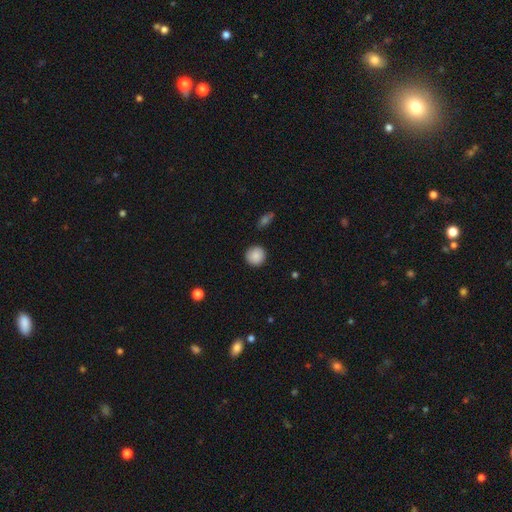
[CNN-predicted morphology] Smooth or featured: smooth — 88% (star or artifact — 8%)
How rounded: round — 93% (in between — 6%)
Merging: none — 89% (minor disturbance — 7%)